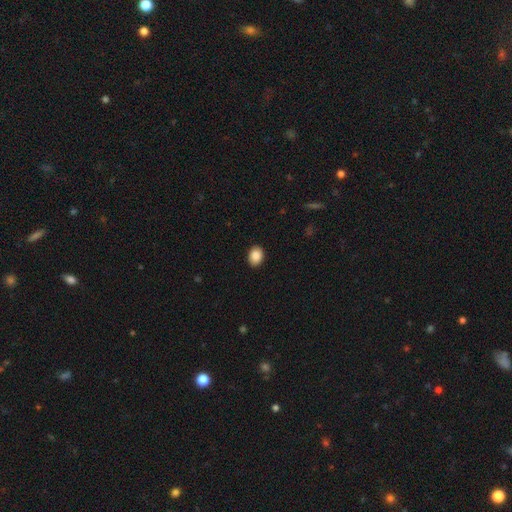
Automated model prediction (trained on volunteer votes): smooth_or_featured: smooth (p=0.89) [alt: star or artifact p=0.08]
how_rounded: in between (p=0.68) [alt: round p=0.31]
merging: none (p=0.90) [alt: minor disturbance p=0.07]